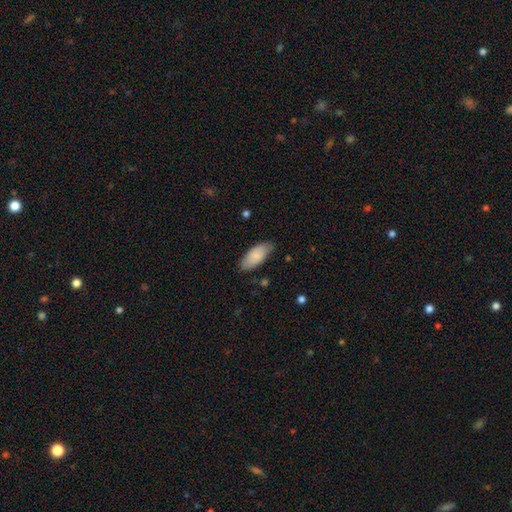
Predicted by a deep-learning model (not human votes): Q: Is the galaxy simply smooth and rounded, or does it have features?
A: smooth — 84%.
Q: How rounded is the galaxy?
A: in between — 88%.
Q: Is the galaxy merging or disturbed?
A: none — 80%.